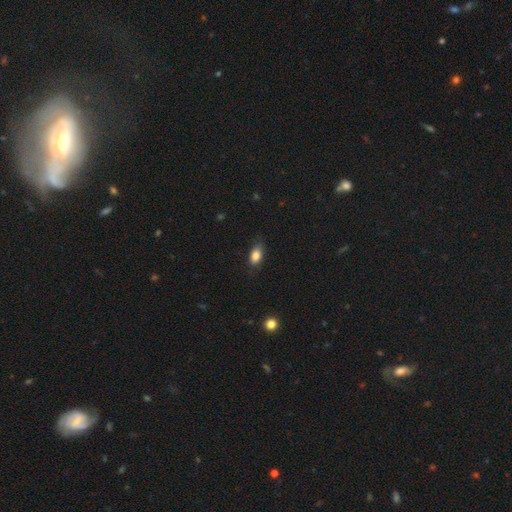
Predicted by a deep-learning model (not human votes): Smooth or featured: smooth — 85% (star or artifact — 8%)
How rounded: in between — 88% (round — 8%)
Merging: none — 77% (minor disturbance — 18%)